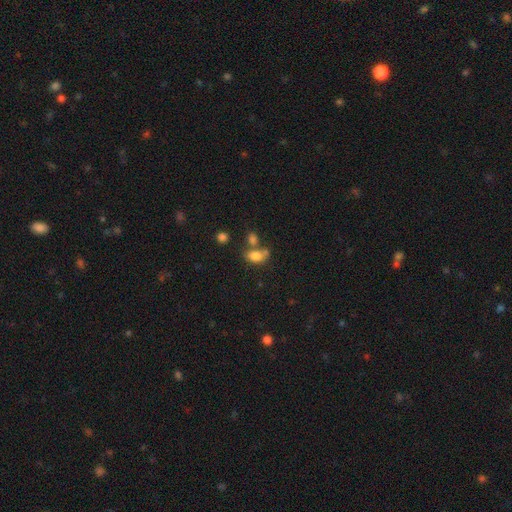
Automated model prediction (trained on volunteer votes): Overall: smooth (78%). How rounded: in between (84%). Merging: none (37%; merger 36%).